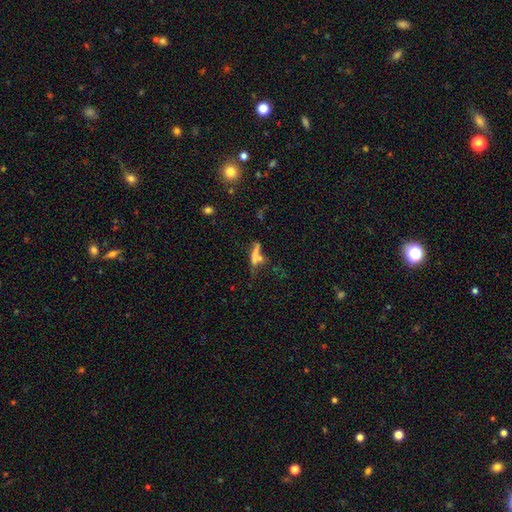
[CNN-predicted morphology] type=smooth (52%); roundness=cigar-shaped (67%); merging=none (38%).